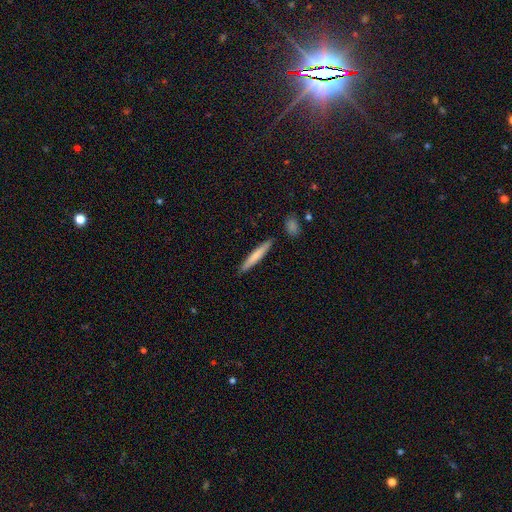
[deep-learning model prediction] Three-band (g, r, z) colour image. It shows a smooth galaxy with no disk features (70%) that is cigar-shaped (95%). Merging: none (88%).